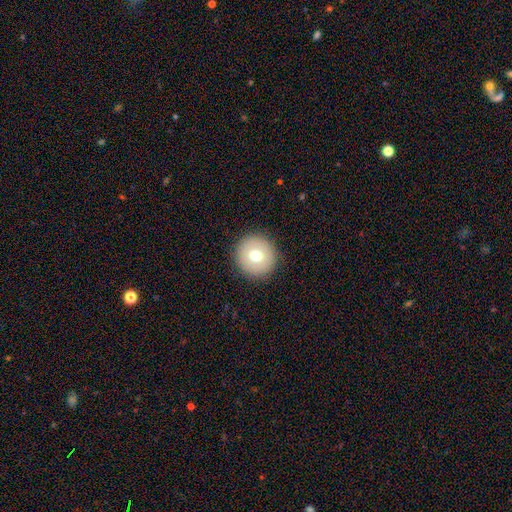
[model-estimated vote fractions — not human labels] Overall: smooth (71%). How rounded: round (96%). Merging: none (92%).